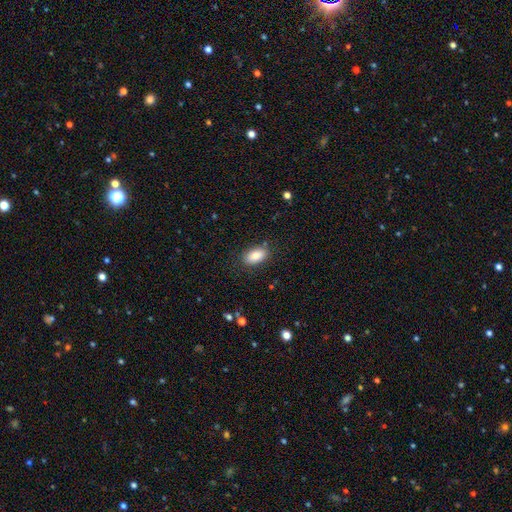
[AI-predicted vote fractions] A smooth galaxy with no disk features (87%) that is in between round and cigar-shaped (93%).

Vote fractions:
- Smooth or featured? smooth: 87% / star or artifact: 7% / featured or disk: 6%
- How rounded? in between: 93% / round: 4% / cigar-shaped: 3%
- Merging? none: 84% / minor disturbance: 11% / major disturbance: 3% / merger: 1%